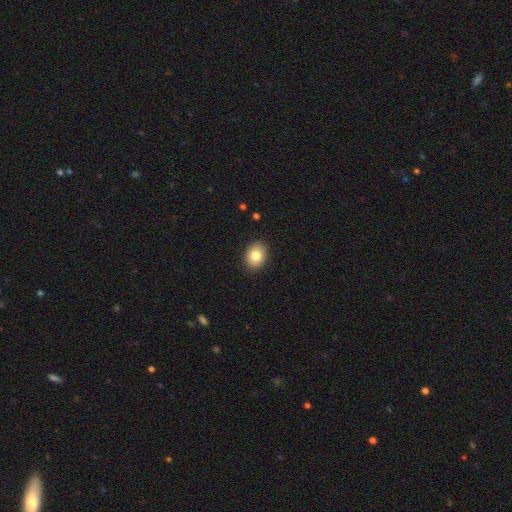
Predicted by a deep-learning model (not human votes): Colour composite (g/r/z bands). It shows a smooth galaxy with no disk features (83%) that is in between round and cigar-shaped (58%). Merging: none (90%).